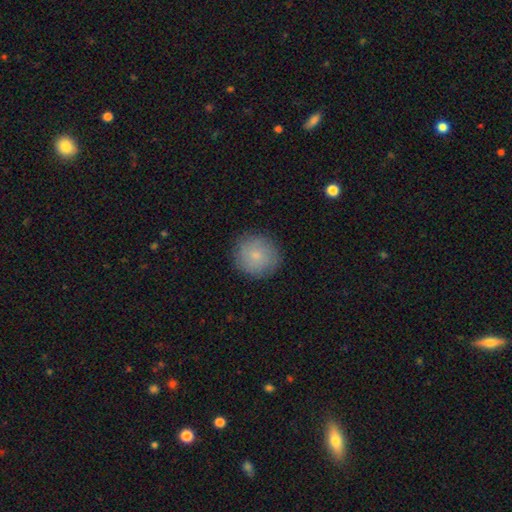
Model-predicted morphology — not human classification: The model was most divided on "smooth or featured": smooth: 81%, featured or disk: 12%, star or artifact: 7%. More confident: how rounded — round (93%); merging — none (88%).